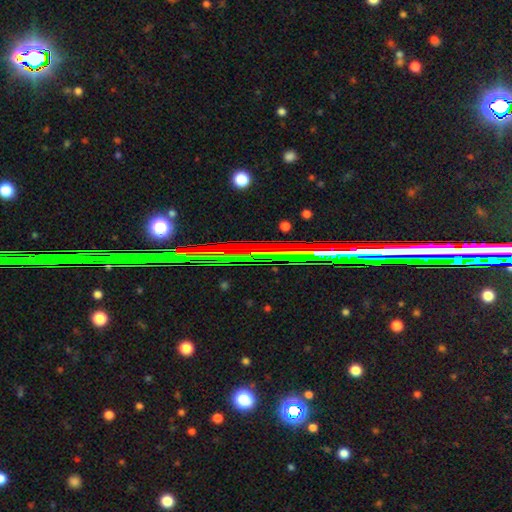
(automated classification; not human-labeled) Smooth or featured? star or artifact (74%)